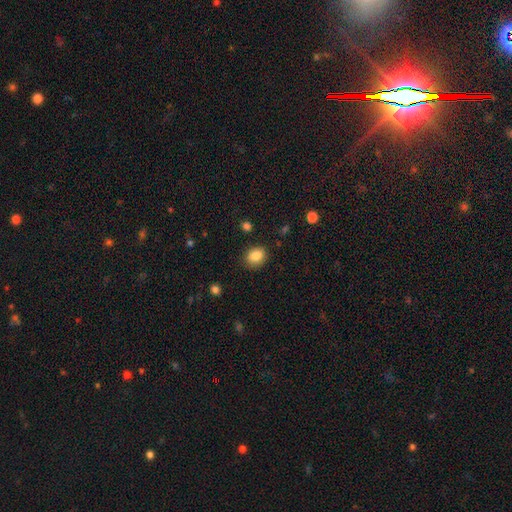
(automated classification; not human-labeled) A smooth galaxy with no disk features (85%) that is in between round and cigar-shaped (54%).

Vote fractions:
- Smooth or featured? smooth: 85% / star or artifact: 9% / featured or disk: 6%
- How rounded? in between: 54% / round: 45% / cigar-shaped: 1%
- Merging? none: 84% / minor disturbance: 11% / major disturbance: 3% / merger: 2%